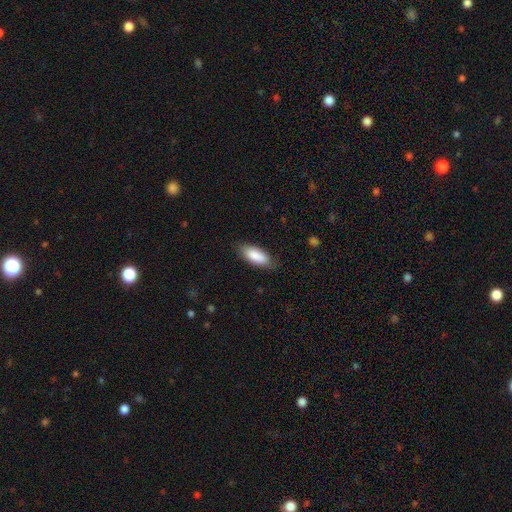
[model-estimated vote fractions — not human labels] Overall: smooth (87%). How rounded: in between (82%). Merging: none (80%).